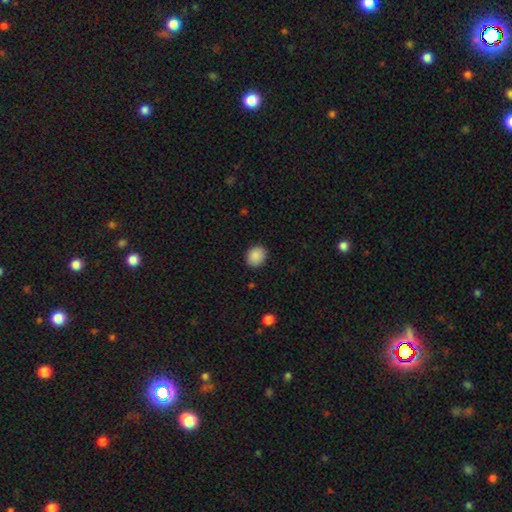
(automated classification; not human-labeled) Smooth or featured: smooth — 89% (star or artifact — 8%)
How rounded: round — 69% (in between — 30%)
Merging: none — 89% (minor disturbance — 7%)